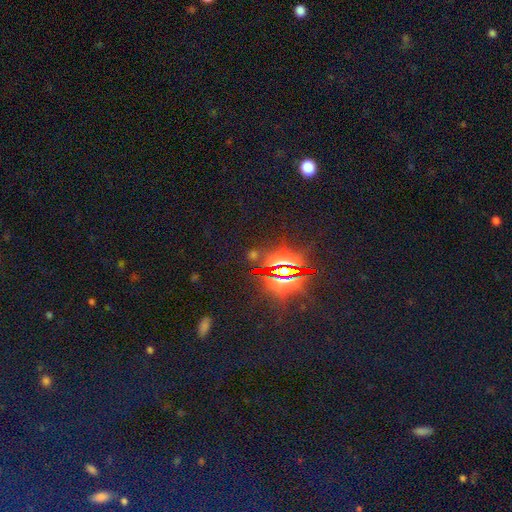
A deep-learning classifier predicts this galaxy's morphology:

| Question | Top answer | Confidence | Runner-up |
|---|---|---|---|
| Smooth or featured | star or artifact | 82% | smooth (10%) |